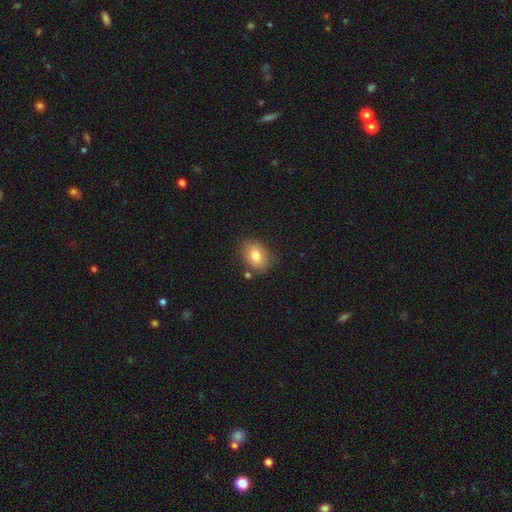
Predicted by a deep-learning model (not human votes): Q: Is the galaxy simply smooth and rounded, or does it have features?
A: smooth — 80%.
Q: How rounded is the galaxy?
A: in between — 60%.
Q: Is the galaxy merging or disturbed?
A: none — 79%.